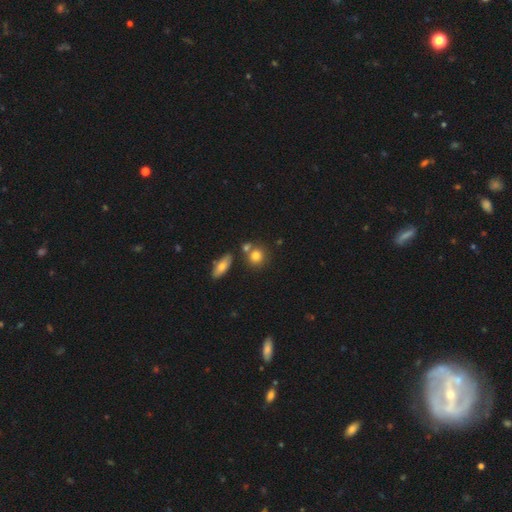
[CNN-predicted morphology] Overall: smooth (80%). How rounded: round (77%). Merging: none (65%).